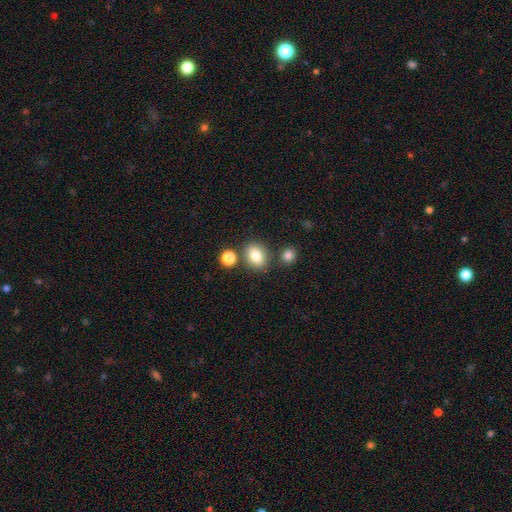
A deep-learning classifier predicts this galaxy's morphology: smooth 82%, star or artifact 10%, featured or disk 8%. Down the decision tree: how rounded — in between (65%); merging — none (74%).